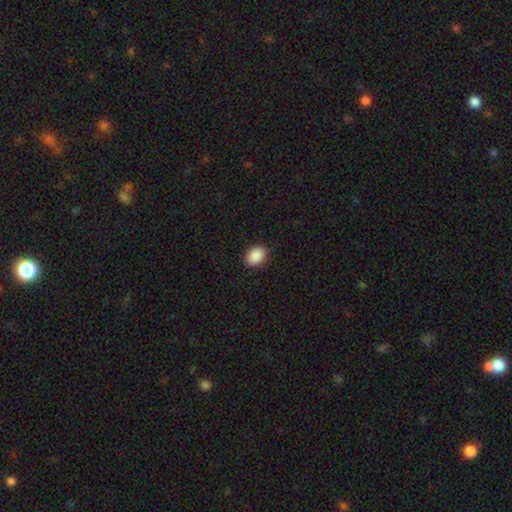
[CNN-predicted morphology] This appears to be a smooth galaxy with no disk features (90%) that is in between round and cigar-shaped (72%). Merging: none (89%).